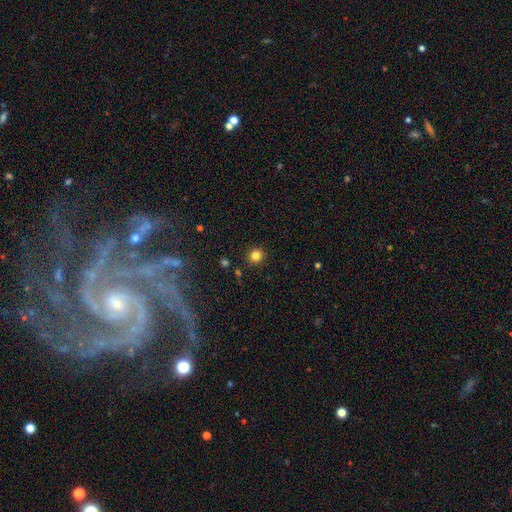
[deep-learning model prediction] Overall: smooth (82%). How rounded: round (92%). Merging: none (90%).